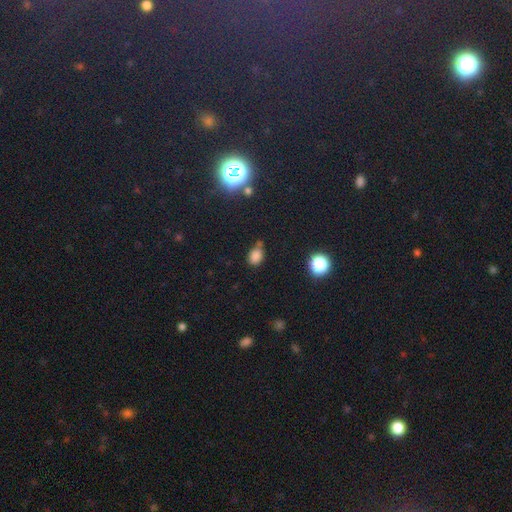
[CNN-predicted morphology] Smooth or featured? Predicted: smooth (p=0.77). How rounded? Predicted: in between (p=0.62). Merging? Predicted: none (p=0.59).